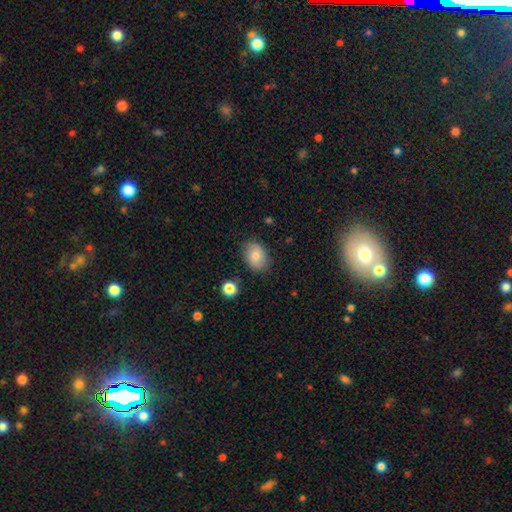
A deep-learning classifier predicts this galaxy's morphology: Smooth or featured? smooth (78%)
How rounded? in between (75%)
Merging? none (82%)